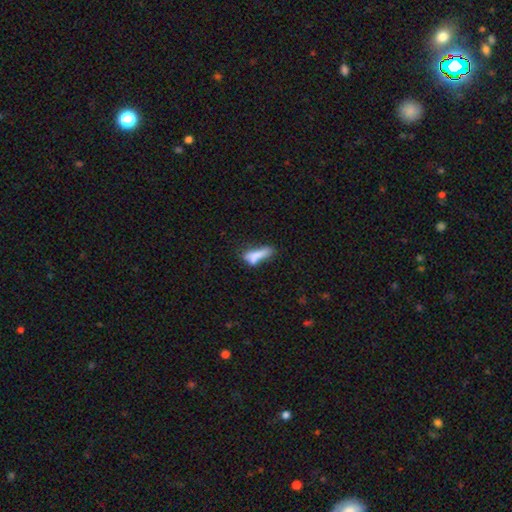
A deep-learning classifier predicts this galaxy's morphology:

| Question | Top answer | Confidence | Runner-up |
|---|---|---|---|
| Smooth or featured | smooth | 72% | featured or disk (18%) |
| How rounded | cigar-shaped | 55% | in between (42%) |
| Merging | none | 34% | minor disturbance (26%) |